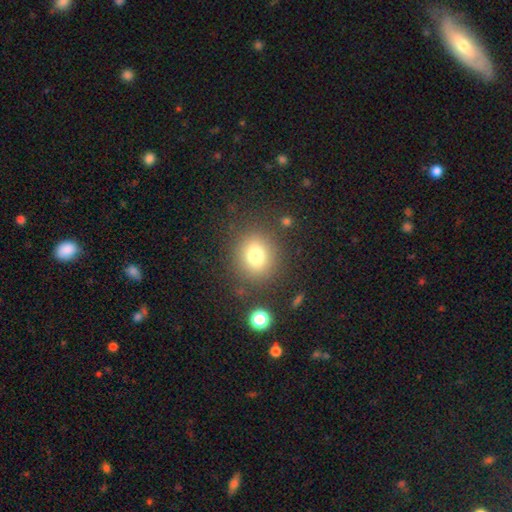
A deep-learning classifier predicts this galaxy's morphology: smooth-or-featured: smooth: 76% | star or artifact: 14% | featured or disk: 10%
  how-rounded: round: 79% | in between: 20% | cigar-shaped: 1%
  merging: none: 83% | minor disturbance: 9% | major disturbance: 5% | merger: 3%